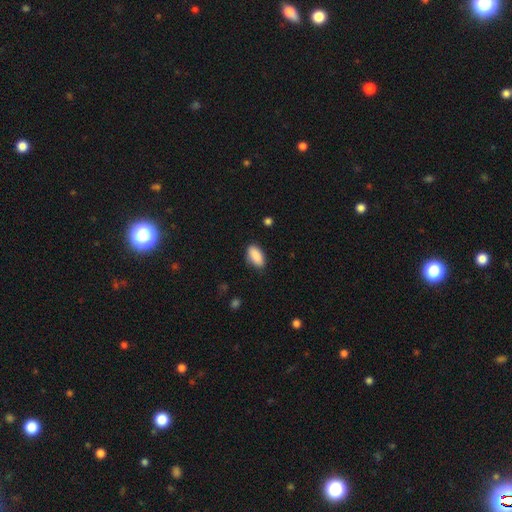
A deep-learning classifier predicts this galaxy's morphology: Smooth or featured? smooth (90%)
How rounded? in between (92%)
Merging? none (80%)